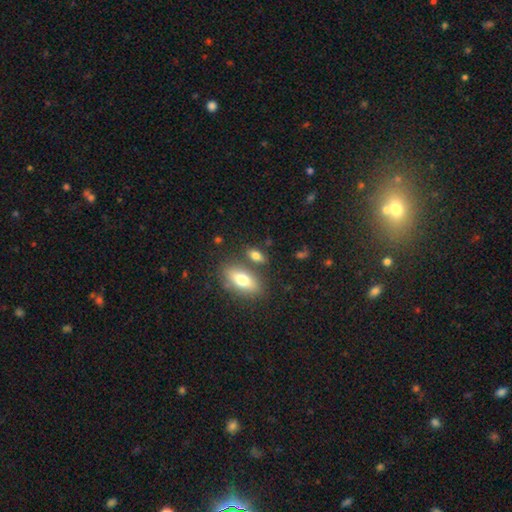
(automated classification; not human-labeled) This is likely a smooth galaxy (73%). How rounded: likely in between (74%). Merging: likely none (70%).